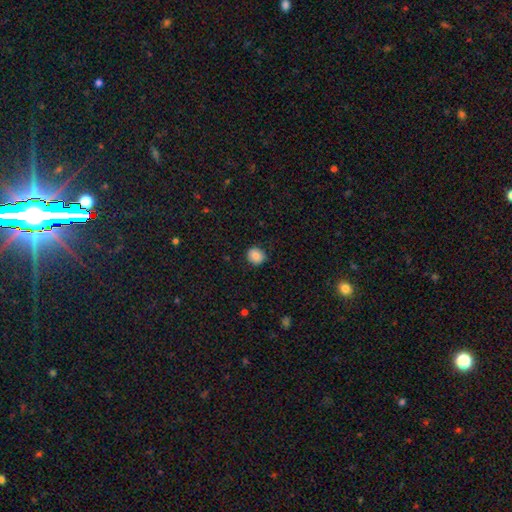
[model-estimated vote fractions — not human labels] Smooth or featured: smooth — 86% (star or artifact — 9%)
How rounded: round — 79% (in between — 20%)
Merging: none — 86% (minor disturbance — 10%)